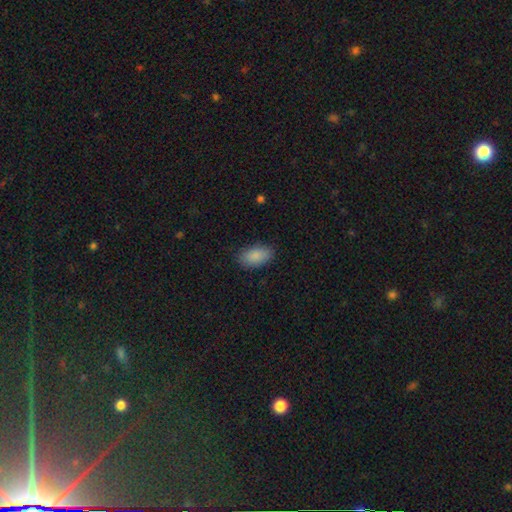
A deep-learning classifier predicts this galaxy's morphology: Smooth or featured: smooth — 88% (star or artifact — 7%)
How rounded: in between — 93% (round — 4%)
Merging: none — 84% (minor disturbance — 12%)